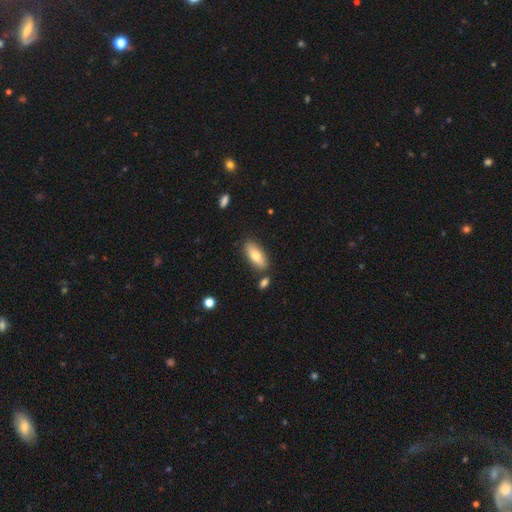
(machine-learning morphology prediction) A smooth galaxy with no disk features (73%) that is in between round and cigar-shaped (78%). Merging: none (81%).